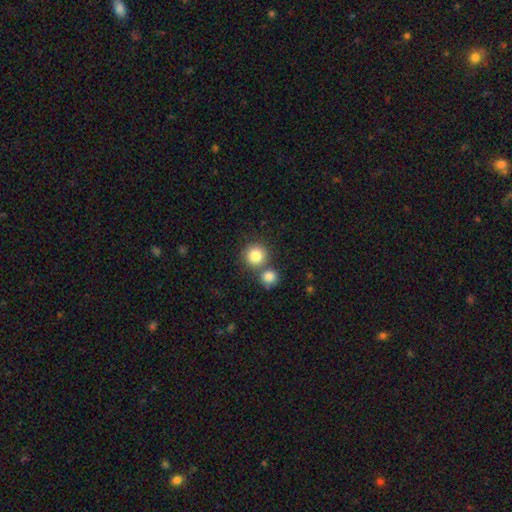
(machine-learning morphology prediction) Q: Smooth or featured?
A: smooth (83%); runner-up: star or artifact (10%)
Q: How rounded?
A: round (92%); runner-up: in between (7%)
Q: Merging?
A: none (62%); runner-up: merger (28%)